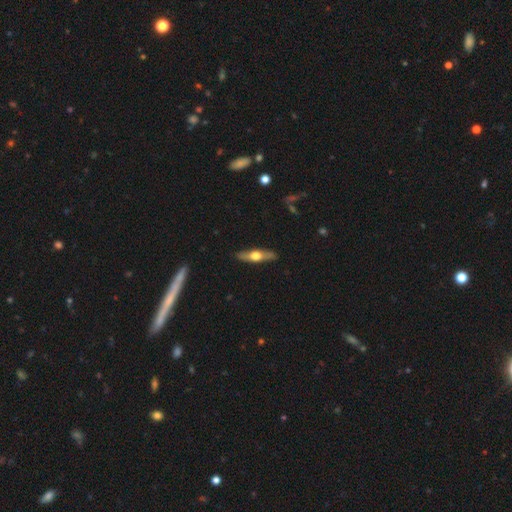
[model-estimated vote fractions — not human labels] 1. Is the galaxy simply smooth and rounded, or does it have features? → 61% featured or disk, 34% smooth, 5% star or artifact.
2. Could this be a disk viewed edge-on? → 91% yes, 9% no.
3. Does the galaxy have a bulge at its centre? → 95% rounded, 3% boxy, 2% none.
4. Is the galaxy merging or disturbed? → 88% none, 9% minor disturbance, 2% major disturbance, 1% merger.